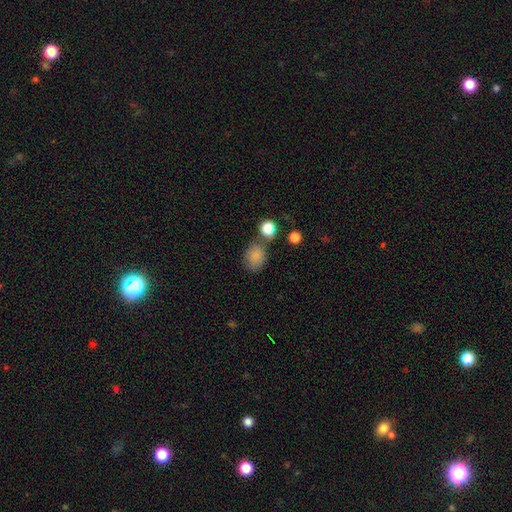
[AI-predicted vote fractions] Smooth or featured?
  - smooth: 85% *
  - star or artifact: 10%
  - featured or disk: 6%
How rounded?
  - in between: 53% *
  - round: 46%
  - cigar-shaped: 1%
Merging?
  - none: 60% *
  - minor disturbance: 17%
  - merger: 17%
  - major disturbance: 6%